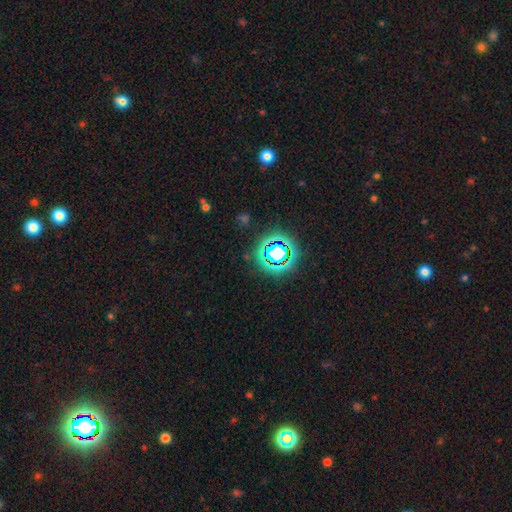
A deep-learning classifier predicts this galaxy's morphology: Overall: star or artifact (78%).